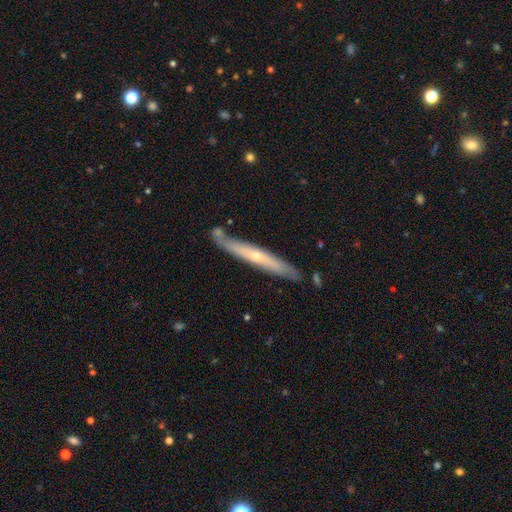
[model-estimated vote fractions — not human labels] featured or disk 59%, smooth 36%, star or artifact 5%. Down the decision tree: edge-on disk — yes (88%); edge-on bulge — rounded (59%); merging — none (77%).